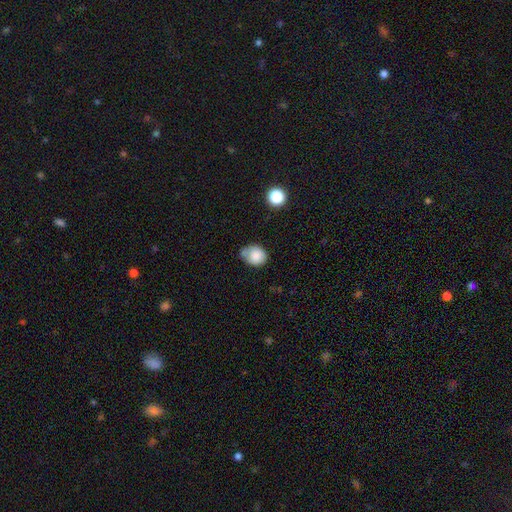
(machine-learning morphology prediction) Smooth or featured? Predicted: smooth (p=0.82). How rounded? Predicted: round (p=0.61). Merging? Predicted: none (p=0.48).